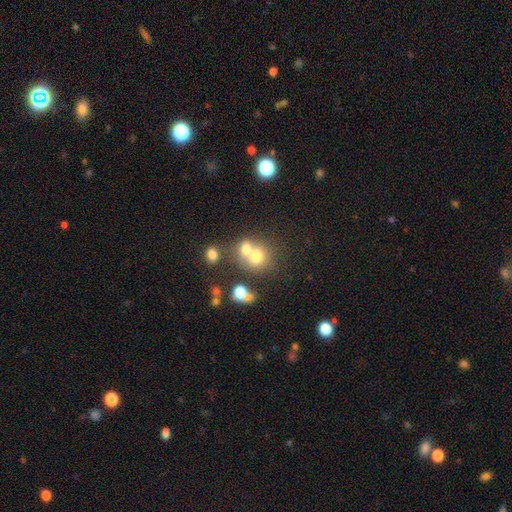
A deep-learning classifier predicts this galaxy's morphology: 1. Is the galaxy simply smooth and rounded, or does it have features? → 68% smooth, 18% featured or disk, 14% star or artifact.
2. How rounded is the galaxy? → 69% round, 30% in between, 1% cigar-shaped.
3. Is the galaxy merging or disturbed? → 56% merger, 31% none, 8% minor disturbance, 5% major disturbance.